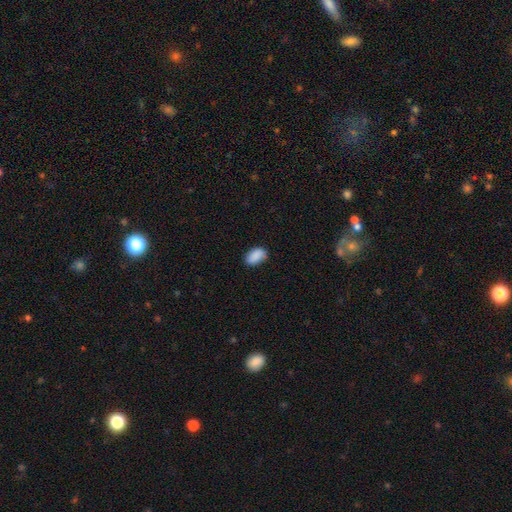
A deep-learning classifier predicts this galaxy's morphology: Smooth or featured: smooth — 89% (star or artifact — 7%)
How rounded: in between — 88% (round — 11%)
Merging: none — 79% (minor disturbance — 17%)